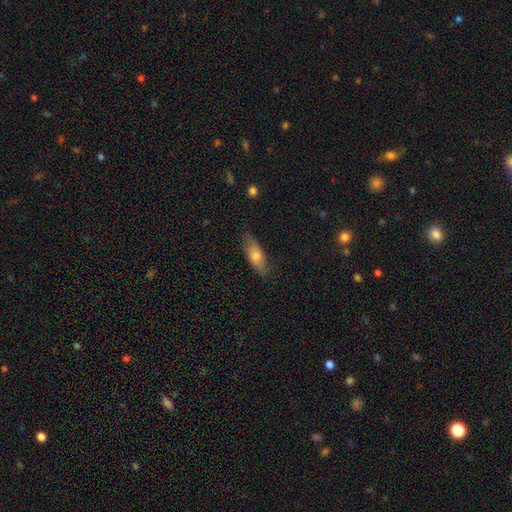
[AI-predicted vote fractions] smooth_or_featured: smooth (p=0.65) [alt: featured or disk p=0.28]
how_rounded: in between (p=0.66) [alt: cigar-shaped p=0.31]
merging: none (p=0.76) [alt: minor disturbance p=0.19]